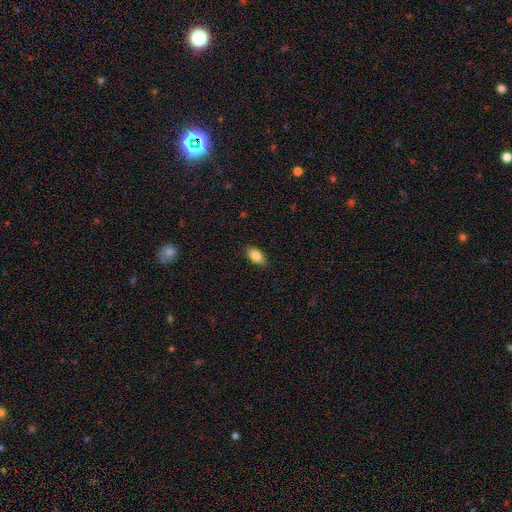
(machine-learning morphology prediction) Smooth or featured: smooth — 84% (featured or disk — 8%)
How rounded: in between — 90% (round — 5%)
Merging: none — 87% (minor disturbance — 10%)